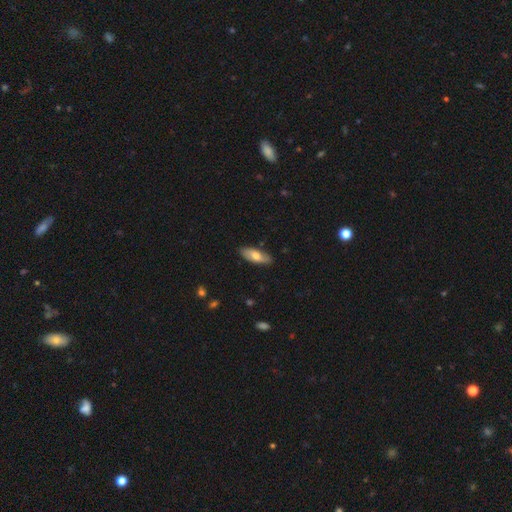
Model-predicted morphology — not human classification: Smooth or featured: smooth — 66% (featured or disk — 28%)
How rounded: in between — 74% (cigar-shaped — 24%)
Merging: none — 84% (minor disturbance — 13%)